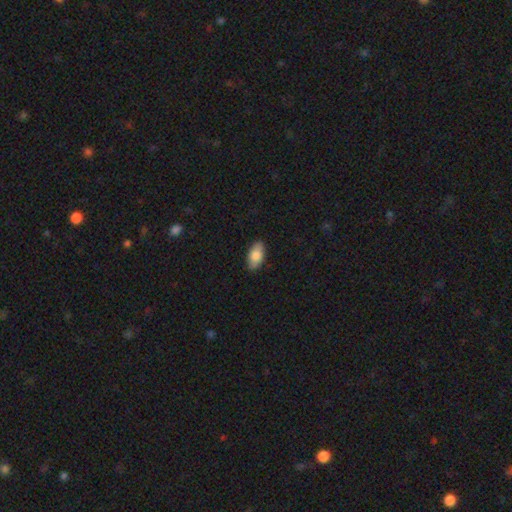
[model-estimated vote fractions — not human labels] This is likely a smooth galaxy (79%). How rounded: clearly in between (93%). Merging: clearly none (86%).